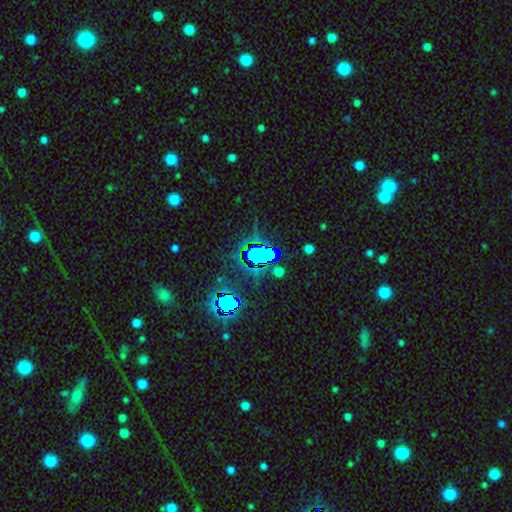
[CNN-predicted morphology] Smooth or featured? star or artifact (64%)